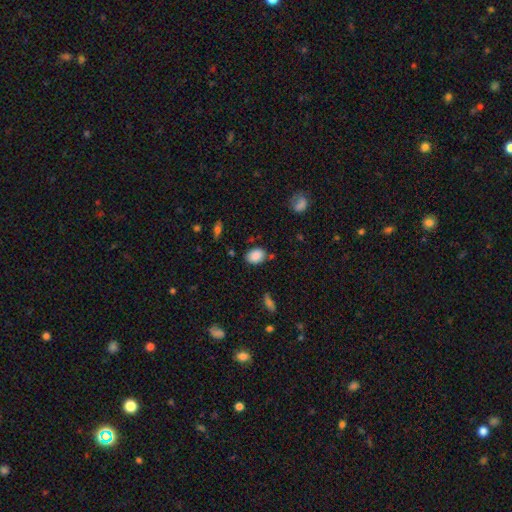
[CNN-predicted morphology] A smooth galaxy with no disk features (88%) that is in between round and cigar-shaped (77%). Merging: none (77%).